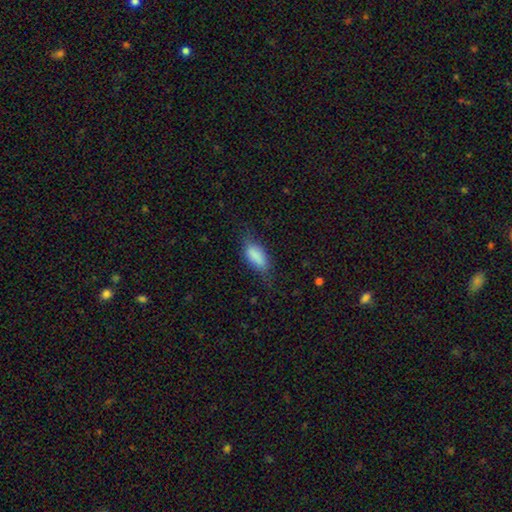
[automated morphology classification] type=smooth (82%); roundness=in between (84%); merging=none (58%).